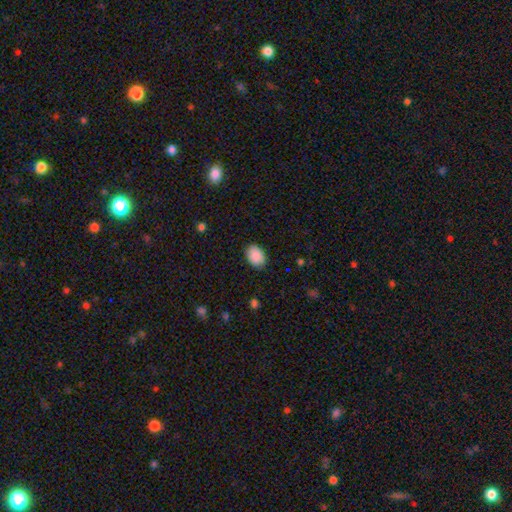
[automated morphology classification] A smooth galaxy with no disk features (90%) that is in between round and cigar-shaped (79%). Merging: none (87%).